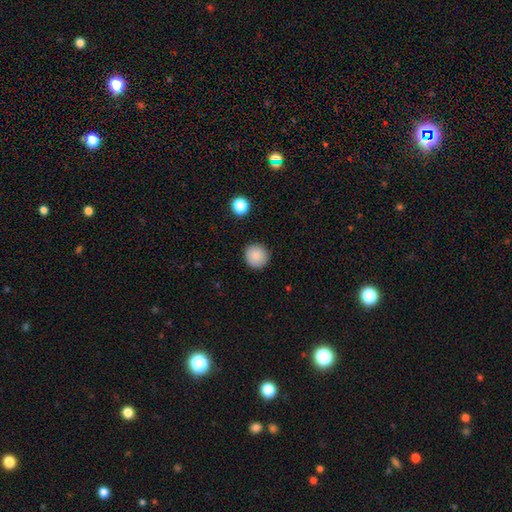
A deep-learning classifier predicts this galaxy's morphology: smooth-or-featured: smooth: 87% | star or artifact: 9% | featured or disk: 4%
  how-rounded: round: 94% | in between: 6% | cigar-shaped: 1%
  merging: none: 91% | minor disturbance: 6% | major disturbance: 2% | merger: 1%